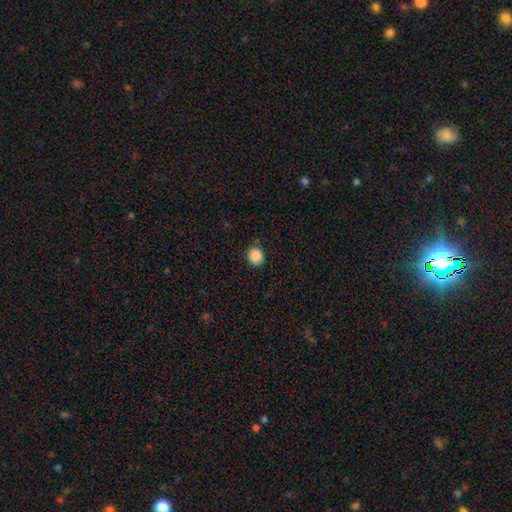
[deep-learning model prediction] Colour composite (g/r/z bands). It shows a smooth galaxy with no disk features (88%) that is round (71%). Merging: none (86%).